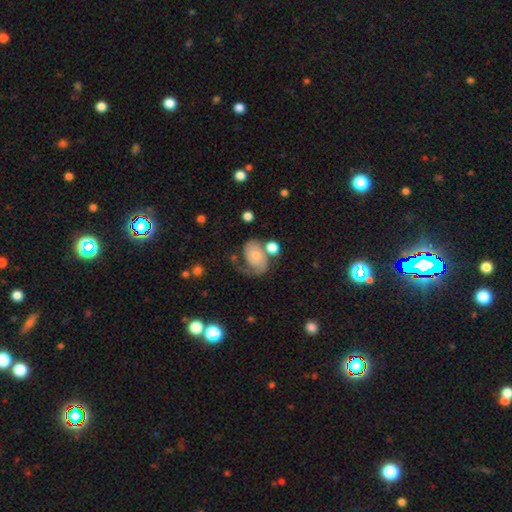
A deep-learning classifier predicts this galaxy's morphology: Q: Smooth or featured?
A: featured or disk (59%); runner-up: smooth (33%)
Q: Edge-on disk?
A: no (97%); runner-up: yes (3%)
Q: Bar?
A: no (77%); runner-up: weak (19%)
Q: Spiral arms?
A: yes (84%); runner-up: no (16%)
Q: Bulge size?
A: small (47%); runner-up: moderate (43%)
Q: Merging?
A: none (38%); runner-up: major disturbance (26%)